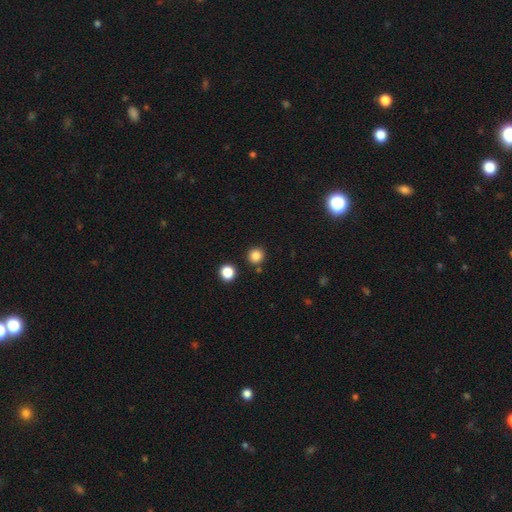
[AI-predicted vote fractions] Morphology: type=smooth (84%); roundness=round (93%); merging=none (86%).